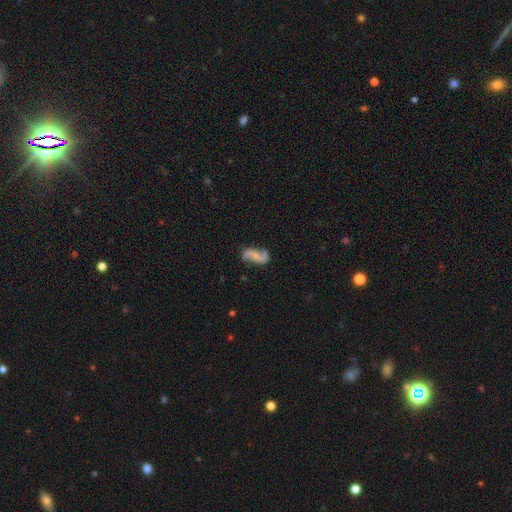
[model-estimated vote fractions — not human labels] smooth-or-featured: featured or disk: 82% | smooth: 12% | star or artifact: 6%
  disk-edge-on: no: 97% | yes: 3%
    bar: no: 47% | weak: 37% | strong: 16%
    has-spiral-arms: yes: 95% | no: 5%
      spiral-winding: loose: 72% | medium: 22% | tight: 6%
      spiral-arm-count: 2: 93% | can't tell: 2% | 1: 2% | 3: 1% | 4: 1% | more than 4: 1%
    bulge-size: small: 49% | moderate: 28% | none: 20% | large: 2% | dominant: 1%
  merging: none: 75% | minor disturbance: 16% | major disturbance: 7% | merger: 3%